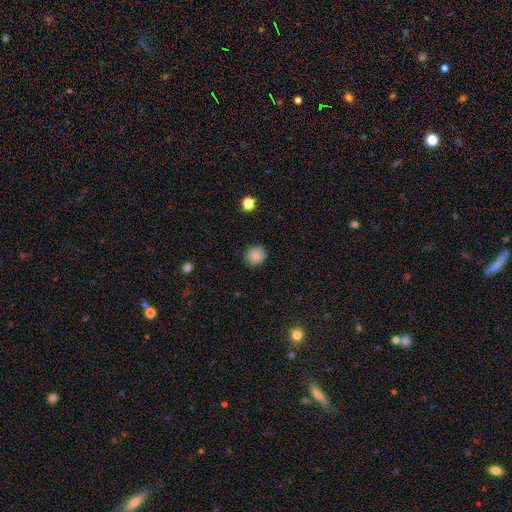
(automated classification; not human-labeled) This is clearly a smooth galaxy (83%). How rounded: clearly round (85%). Merging: clearly none (84%).